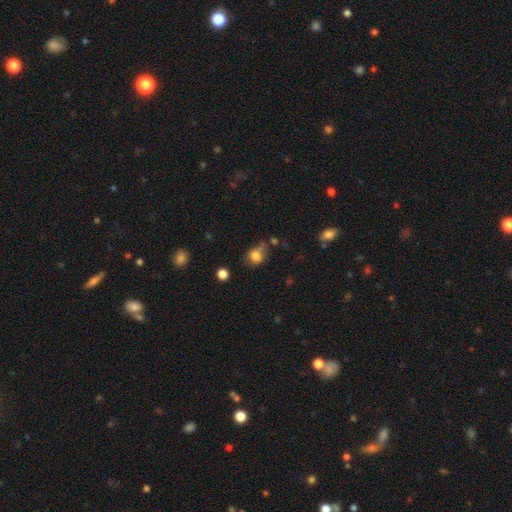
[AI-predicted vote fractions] A smooth galaxy with no disk features (78%) that is round (55%). Merging: none (44%).